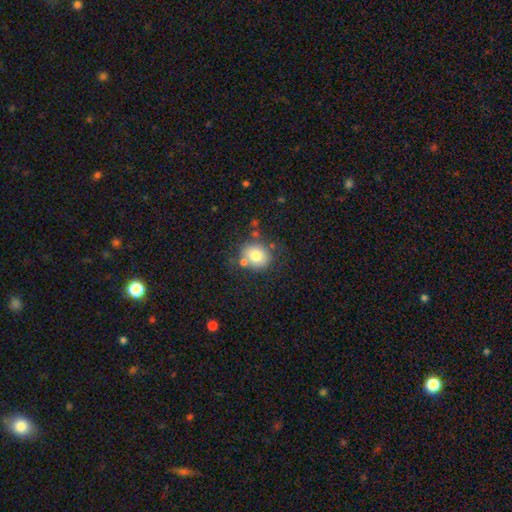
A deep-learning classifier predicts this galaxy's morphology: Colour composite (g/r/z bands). It shows a smooth galaxy with no disk features (76%) that is round (76%). Merging: none (67%).